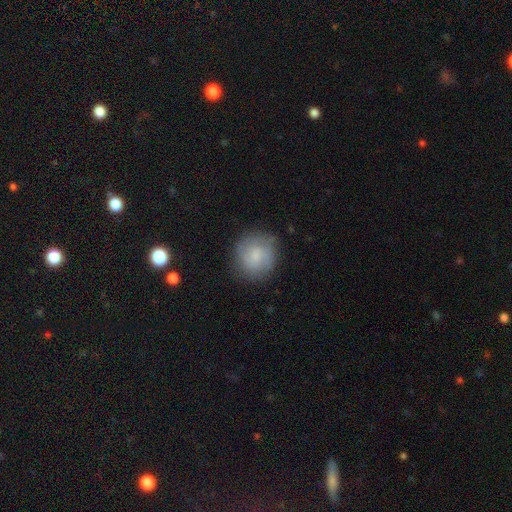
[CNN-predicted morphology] Overall: smooth (74%). How rounded: round (88%). Merging: none (73%).